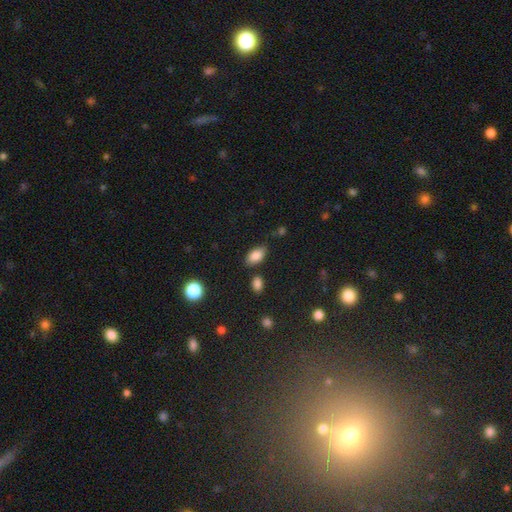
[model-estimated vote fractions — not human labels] This is clearly a smooth galaxy (85%). How rounded: clearly in between (91%). Merging: likely none (74%).